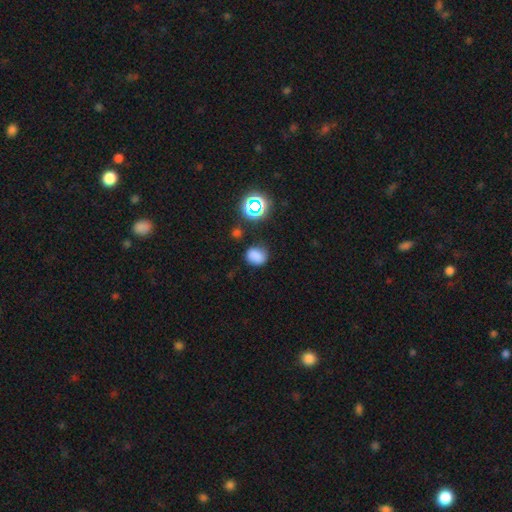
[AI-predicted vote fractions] Overall: smooth (76%). How rounded: round (55%; in between 44%). Merging: none (74%).